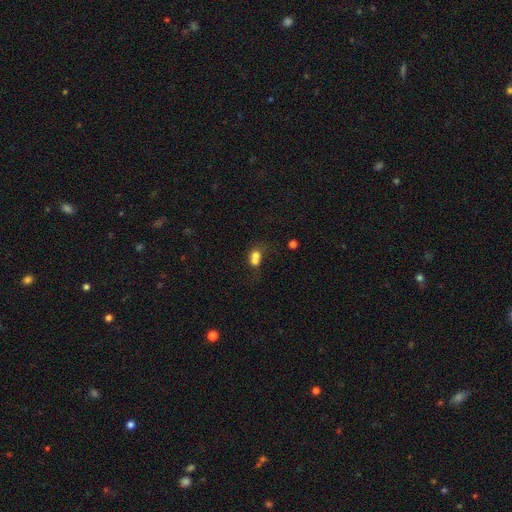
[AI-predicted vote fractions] Smooth or featured? smooth (70%)
How rounded? round (65%)
Merging? merger (69%)